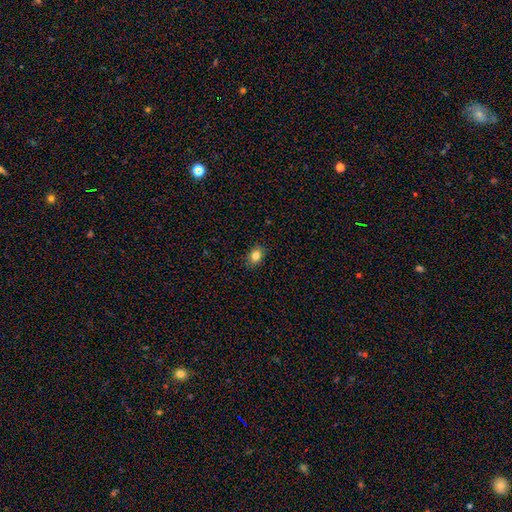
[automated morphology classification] A smooth galaxy with no disk features (83%) that is in between round and cigar-shaped (62%).

Vote fractions:
- Smooth or featured? smooth: 83% / star or artifact: 11% / featured or disk: 6%
- How rounded? in between: 62% / round: 37% / cigar-shaped: 1%
- Merging? none: 89% / minor disturbance: 8% / major disturbance: 2% / merger: 1%